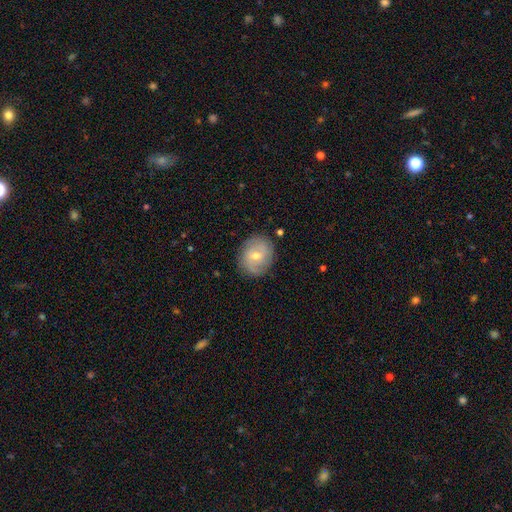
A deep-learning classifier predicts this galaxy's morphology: Smooth or featured? Predicted: featured or disk (p=0.63). Edge-on disk? Predicted: no (p=0.97). Bar? Predicted: no (p=0.52). Spiral arms? Predicted: yes (p=0.85). Spiral winding? Predicted: tight (p=0.47). Spiral arm count? Predicted: 2 (p=0.49). Bulge size? Predicted: moderate (p=0.50). Merging? Predicted: none (p=0.83).